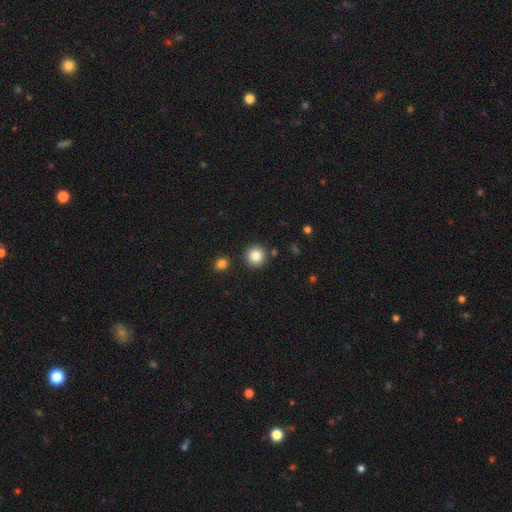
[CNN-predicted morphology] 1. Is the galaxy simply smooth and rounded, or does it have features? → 85% smooth, 10% star or artifact, 6% featured or disk.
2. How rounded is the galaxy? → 94% round, 5% in between, 1% cigar-shaped.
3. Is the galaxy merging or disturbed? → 87% none, 7% minor disturbance, 4% merger, 2% major disturbance.